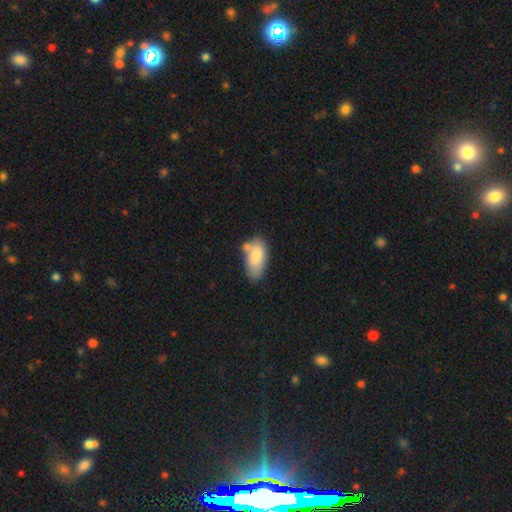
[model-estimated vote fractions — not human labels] Smooth or featured?
  - smooth: 81% *
  - featured or disk: 13%
  - star or artifact: 6%
How rounded?
  - in between: 91% *
  - cigar-shaped: 7%
  - round: 3%
Merging?
  - none: 54% *
  - minor disturbance: 22%
  - merger: 18%
  - major disturbance: 6%